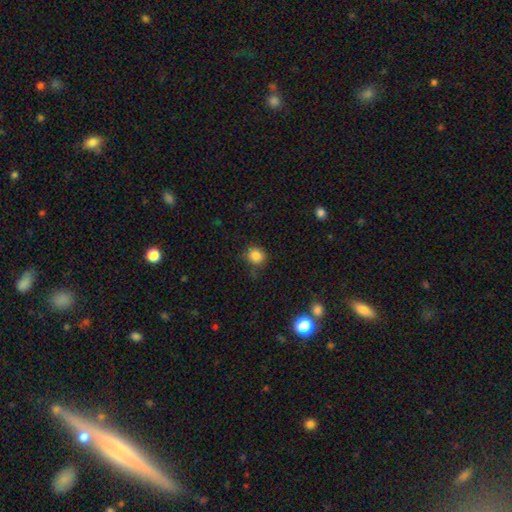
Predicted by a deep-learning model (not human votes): Overall: smooth (85%). How rounded: round (80%). Merging: none (73%).